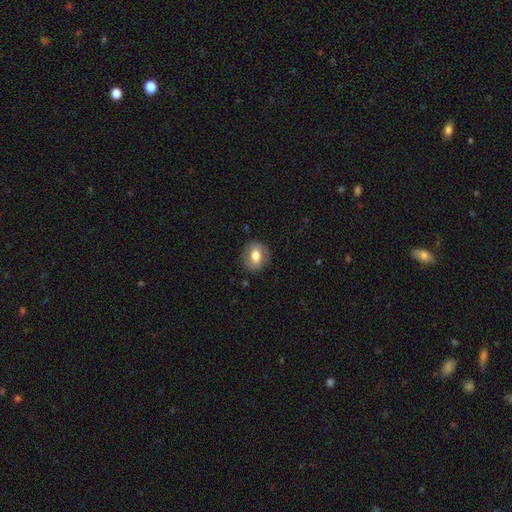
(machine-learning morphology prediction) type=smooth (68%); roundness=round (56%); merging=none (83%).